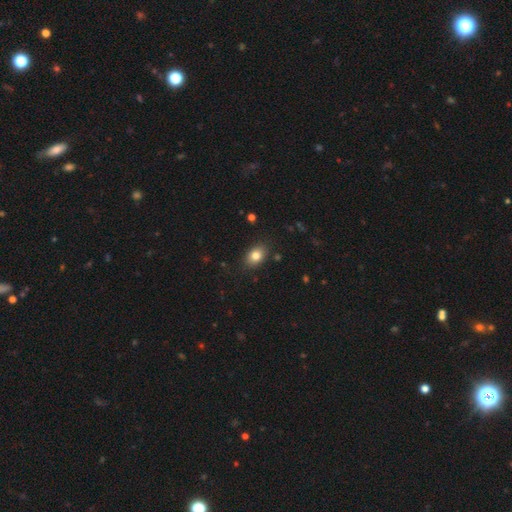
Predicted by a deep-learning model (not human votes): Smooth or featured? smooth (81%)
How rounded? in between (78%)
Merging? none (85%)